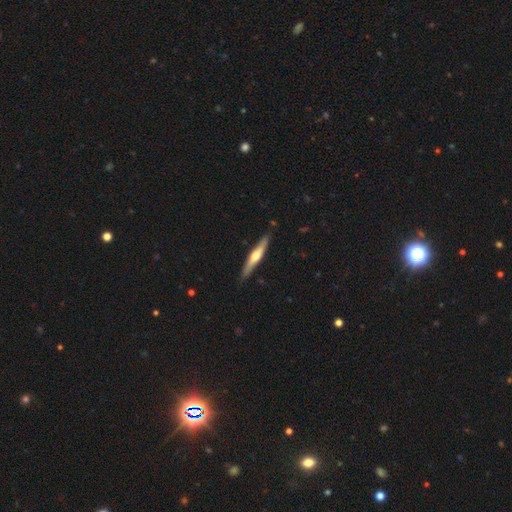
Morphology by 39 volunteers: This appears to be a featured or disk galaxy (54%) viewed edge-on (95%) with a rounded central bulge (90%). Merging: none (89%).